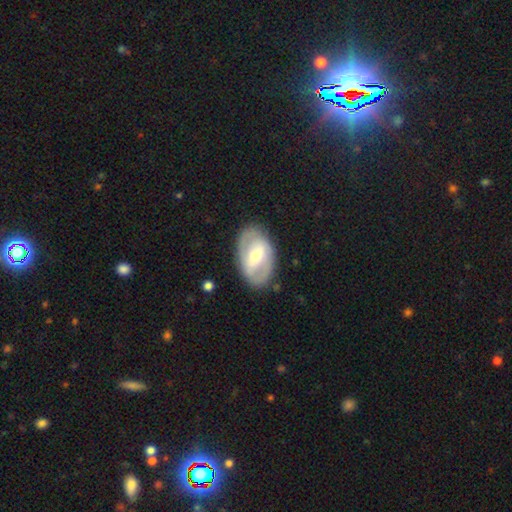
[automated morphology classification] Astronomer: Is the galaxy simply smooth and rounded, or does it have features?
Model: featured or disk — 68%.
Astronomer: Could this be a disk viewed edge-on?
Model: no — 94%.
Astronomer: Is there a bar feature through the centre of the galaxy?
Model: strong — 42% (runner-up: weak, 40%).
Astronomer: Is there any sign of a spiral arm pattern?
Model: yes — 60% (runner-up: no, 40%).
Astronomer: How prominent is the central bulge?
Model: moderate — 57% (runner-up: small, 35%).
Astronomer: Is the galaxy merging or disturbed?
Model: none — 82%.